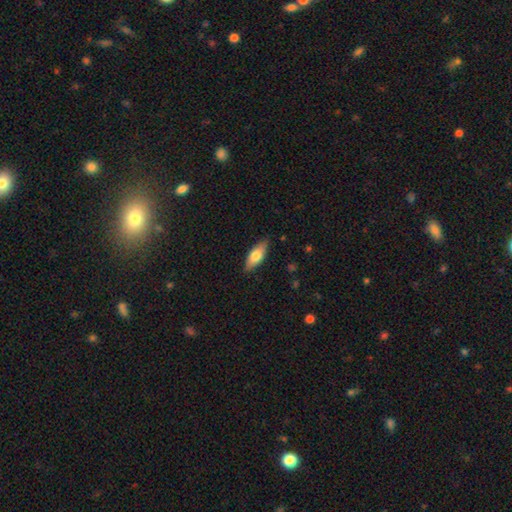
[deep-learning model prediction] Q: Smooth or featured?
A: smooth (72%); runner-up: featured or disk (22%)
Q: How rounded?
A: in between (74%); runner-up: cigar-shaped (24%)
Q: Merging?
A: none (84%); runner-up: minor disturbance (12%)